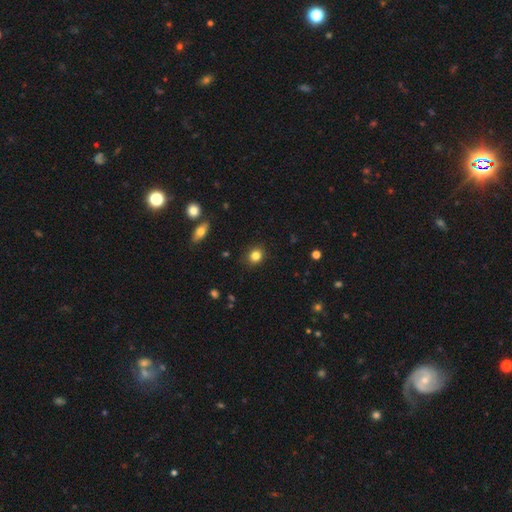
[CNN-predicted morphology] This is clearly a smooth galaxy (83%). How rounded: likely round (76%). Merging: clearly none (89%).